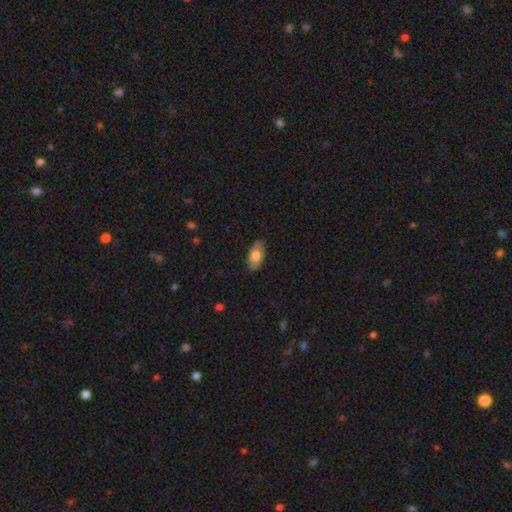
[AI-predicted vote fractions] Smooth or featured? smooth (72%)
How rounded? in between (93%)
Merging? none (85%)